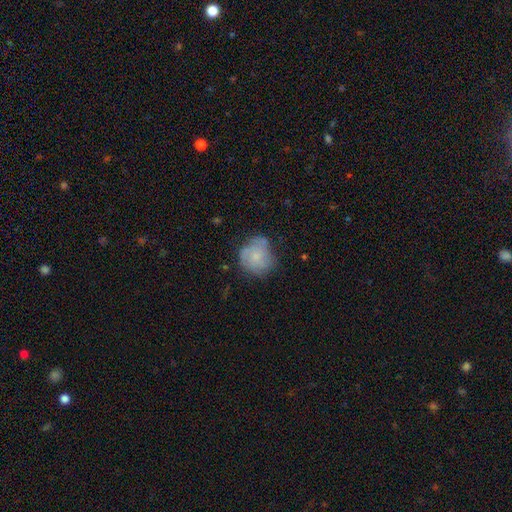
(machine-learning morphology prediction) A smooth galaxy with no disk features (51%) that is round (78%). Merging: none (57%).